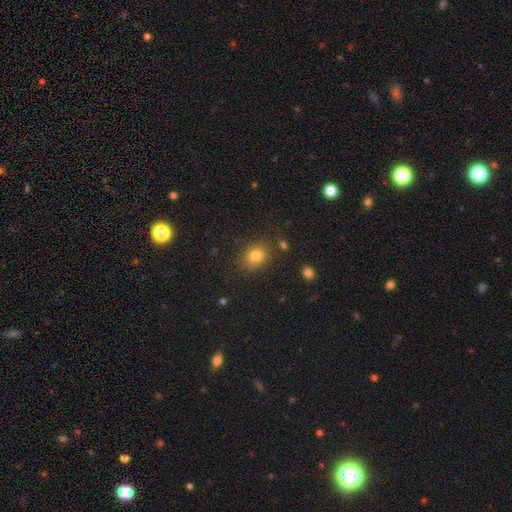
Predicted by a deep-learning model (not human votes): Morphology: type=smooth (80%); roundness=in between (52%); merging=none (82%).